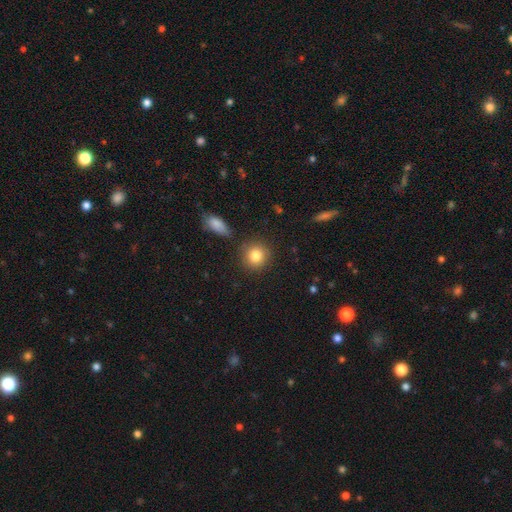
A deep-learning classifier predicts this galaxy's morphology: smooth_or_featured: smooth (p=0.84) [alt: star or artifact p=0.09]
how_rounded: round (p=0.88) [alt: in between p=0.11]
merging: none (p=0.83) [alt: minor disturbance p=0.08]